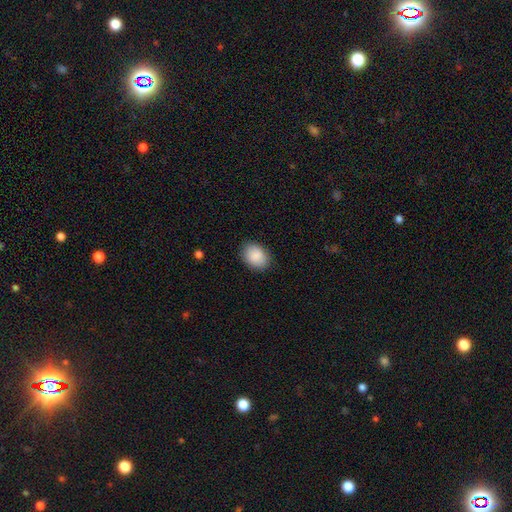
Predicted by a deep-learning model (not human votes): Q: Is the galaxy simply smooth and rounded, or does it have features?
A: smooth — 89%.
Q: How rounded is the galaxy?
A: in between — 71%.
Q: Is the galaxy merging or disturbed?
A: none — 86%.